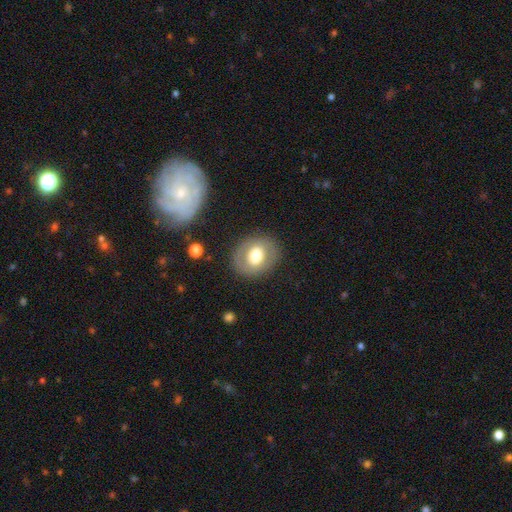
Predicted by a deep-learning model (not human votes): Smooth or featured? smooth (57%)
How rounded? round (64%)
Merging? none (84%)